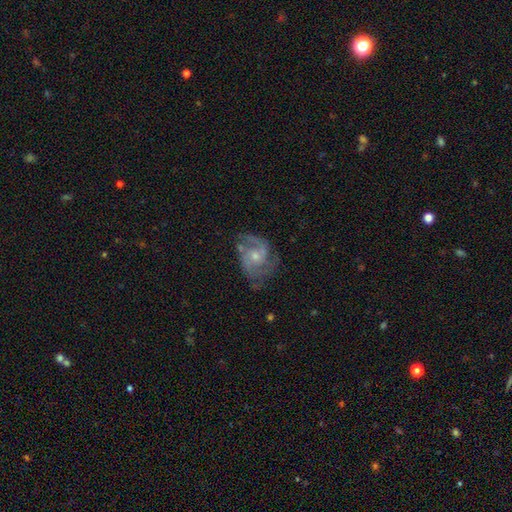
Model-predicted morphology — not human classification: Smooth or featured? featured or disk (83%)
Edge-on disk? no (98%)
Bar? no (63%)
Spiral arms? yes (95%)
Spiral winding? medium (52%)
Spiral arm count? 2 (58%)
Bulge size? small (53%)
Merging? none (64%)